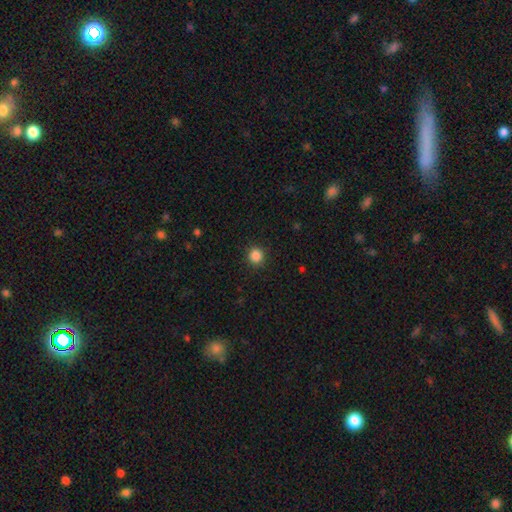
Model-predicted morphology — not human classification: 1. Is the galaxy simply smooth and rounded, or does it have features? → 86% smooth, 11% star or artifact, 3% featured or disk.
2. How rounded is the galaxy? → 92% round, 7% in between, 1% cigar-shaped.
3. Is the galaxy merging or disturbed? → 91% none, 6% minor disturbance, 2% major disturbance, 1% merger.